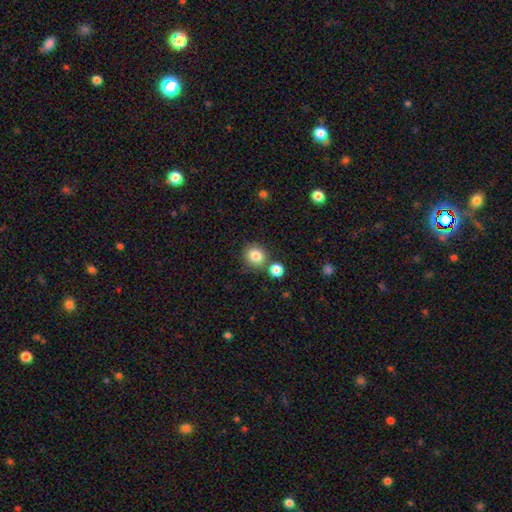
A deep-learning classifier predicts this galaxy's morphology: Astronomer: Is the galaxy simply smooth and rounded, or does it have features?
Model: smooth — 84%.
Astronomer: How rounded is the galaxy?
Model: round — 84%.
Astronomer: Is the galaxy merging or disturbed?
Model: none — 72%.